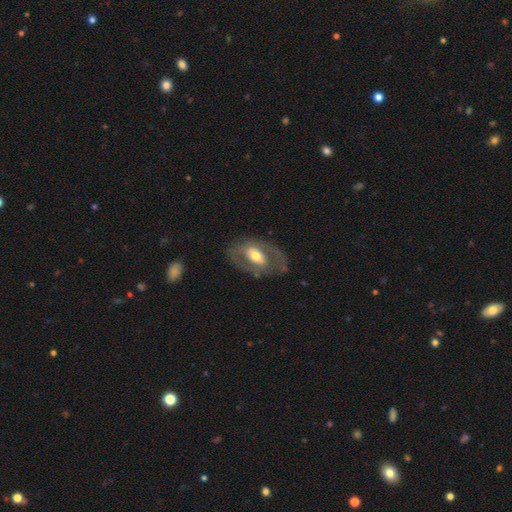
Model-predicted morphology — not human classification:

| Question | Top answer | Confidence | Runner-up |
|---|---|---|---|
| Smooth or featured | featured or disk | 63% | smooth (32%) |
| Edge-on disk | no | 92% | yes (8%) |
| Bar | no | 48% | weak (32%) |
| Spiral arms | no | 60% | yes (40%) |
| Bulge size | moderate | 63% | large (17%) |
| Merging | none | 66% | minor disturbance (18%) |